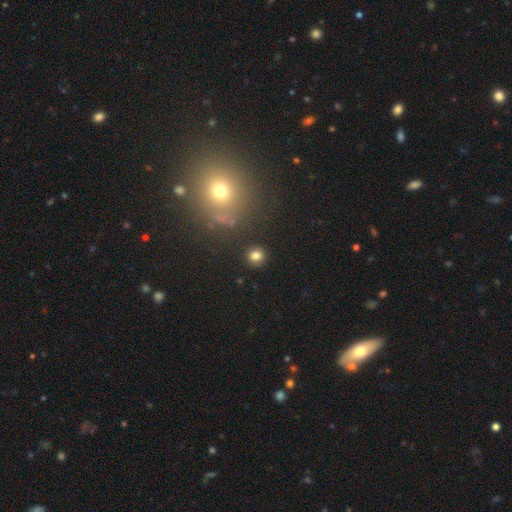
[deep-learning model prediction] Morphology: type=smooth (81%); roundness=round (88%); merging=none (89%).